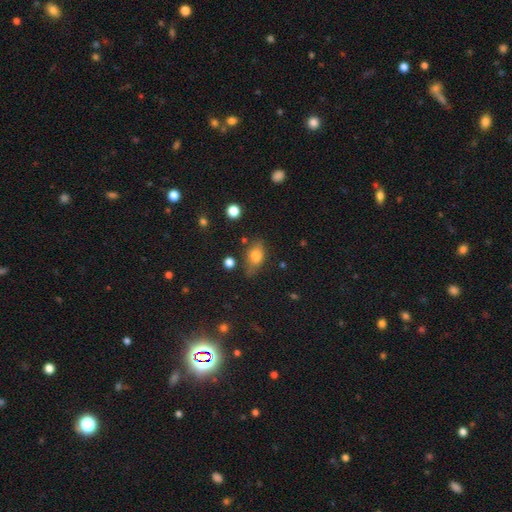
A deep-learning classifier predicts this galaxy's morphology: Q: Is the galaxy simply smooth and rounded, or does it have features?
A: smooth — 73%.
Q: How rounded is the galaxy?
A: in between — 80%.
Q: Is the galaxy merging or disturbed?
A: none — 66%.